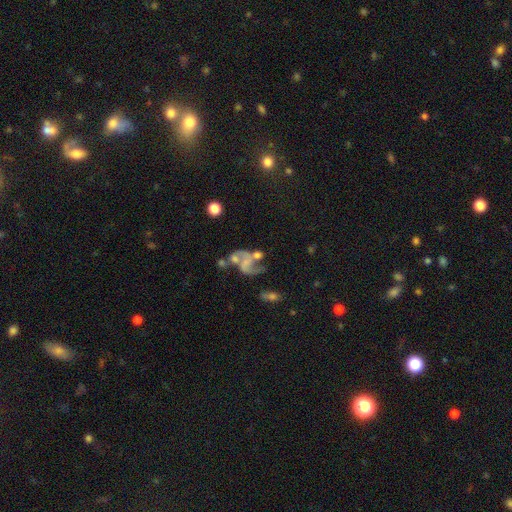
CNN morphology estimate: featured or disk 70%, smooth 17%, star or artifact 12%. Down the decision tree: edge-on disk — no (97%); bar — no (59%); spiral arms — yes (79%); spiral arm count — 2 (80%); spiral winding — loose (66%); bulge size — none (51%); merging — merger (32%).